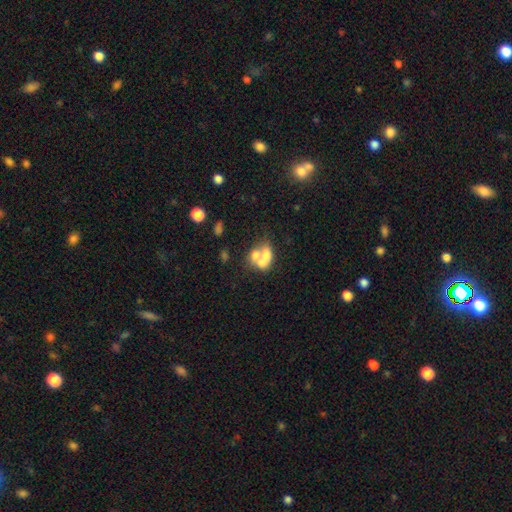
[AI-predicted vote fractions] A smooth galaxy with no disk features (53%) that is in between round and cigar-shaped (68%).

Vote fractions:
- Smooth or featured? smooth: 53% / featured or disk: 36% / star or artifact: 11%
- How rounded? in between: 68% / round: 30% / cigar-shaped: 2%
- Merging? merger: 67% / none: 18% / major disturbance: 8% / minor disturbance: 7%